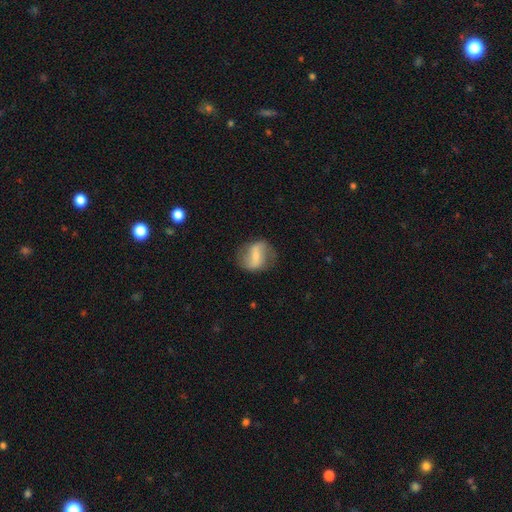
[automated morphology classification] featured or disk 63%, smooth 30%, star or artifact 7%. Down the decision tree: edge-on disk — no (96%); bar — strong (46%); spiral arms — yes (83%); bulge size — small (52%); merging — none (72%).